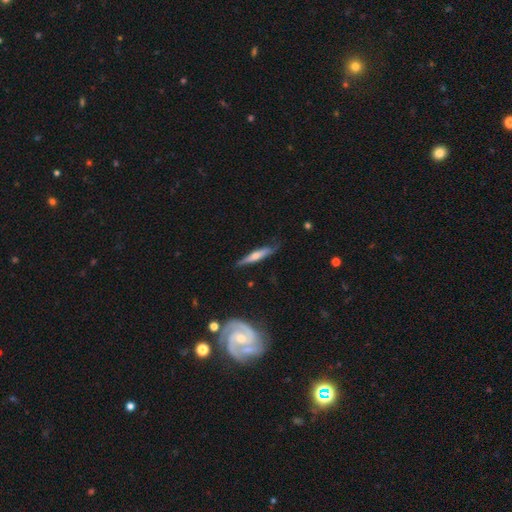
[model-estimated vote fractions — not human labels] Q: Smooth or featured?
A: featured or disk (49%); runner-up: smooth (45%)
Q: Merging?
A: none (73%); runner-up: minor disturbance (21%)